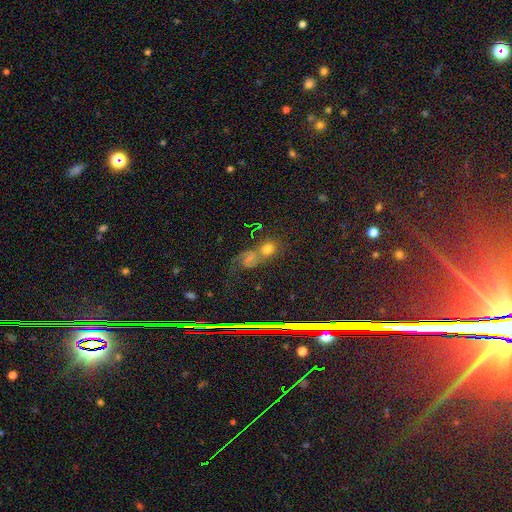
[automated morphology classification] star or artifact 46%, smooth 38%, featured or disk 16%.